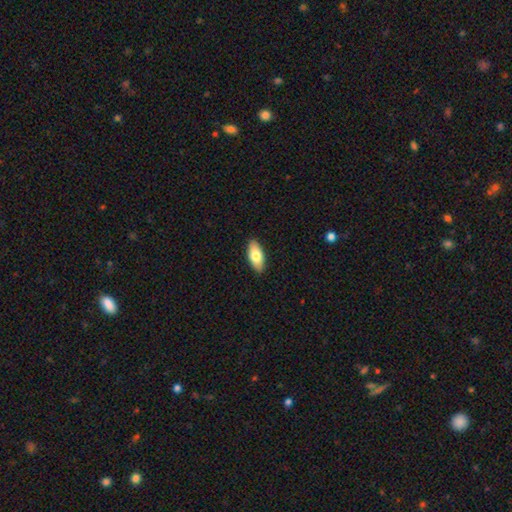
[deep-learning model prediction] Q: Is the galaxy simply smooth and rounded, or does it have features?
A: smooth — 78%.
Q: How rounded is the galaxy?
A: in between — 88%.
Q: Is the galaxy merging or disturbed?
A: none — 90%.